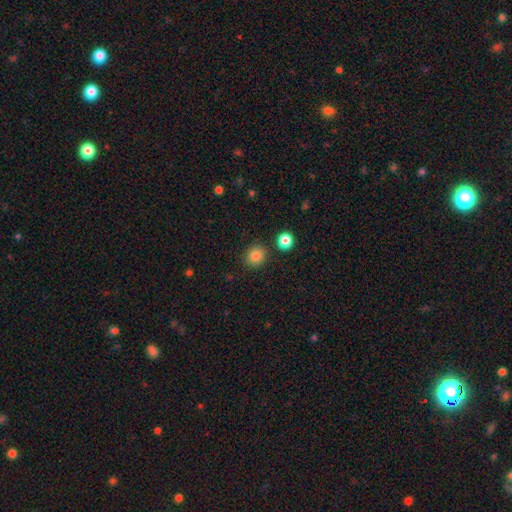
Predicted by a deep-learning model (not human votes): Morphology: type=smooth (86%); roundness=round (83%); merging=none (86%).